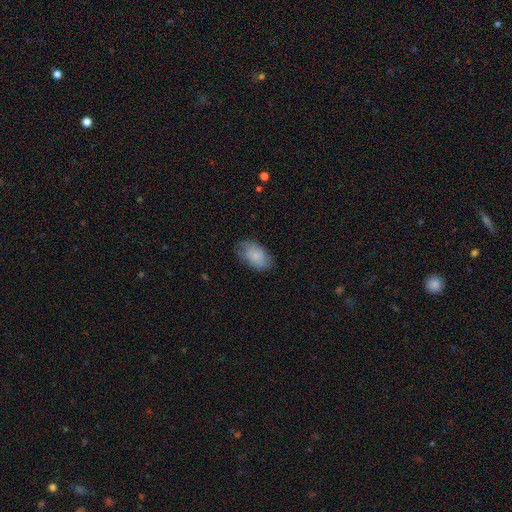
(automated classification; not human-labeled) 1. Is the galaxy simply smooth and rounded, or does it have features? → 76% smooth, 17% featured or disk, 7% star or artifact.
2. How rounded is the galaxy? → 92% in between, 6% round, 2% cigar-shaped.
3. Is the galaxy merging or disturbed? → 69% none, 23% minor disturbance, 6% major disturbance, 1% merger.